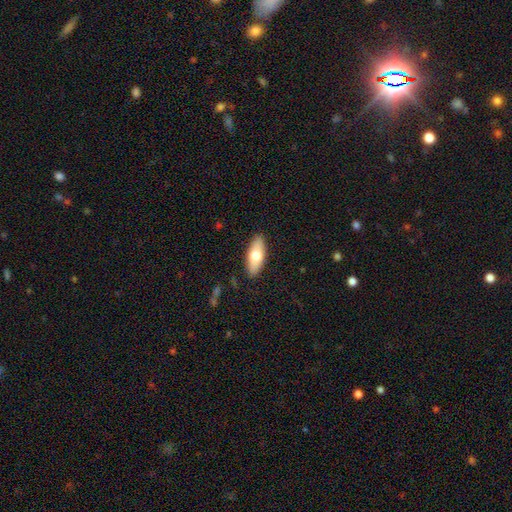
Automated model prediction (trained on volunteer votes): Smooth or featured?
  - smooth: 67% *
  - featured or disk: 27%
  - star or artifact: 6%
How rounded?
  - in between: 77% *
  - cigar-shaped: 20%
  - round: 3%
Merging?
  - none: 88% *
  - minor disturbance: 9%
  - major disturbance: 2%
  - merger: 1%